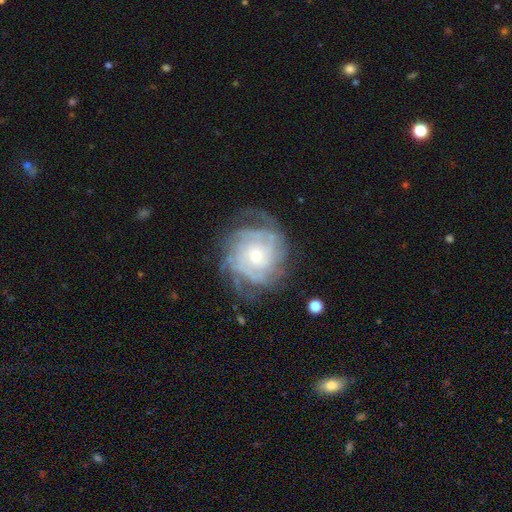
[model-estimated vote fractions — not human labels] Smooth or featured: featured or disk — 83% (smooth — 11%)
Edge-on disk: no — 97% (yes — 3%)
Bar: no — 77% (weak — 19%)
Spiral arms: yes — 92% (no — 8%)
Spiral winding: tight — 66% (medium — 26%)
Spiral arm count: can't tell — 44% (3 — 15%)
Bulge size: moderate — 47% (small — 43%)
Merging: none — 66% (minor disturbance — 19%)